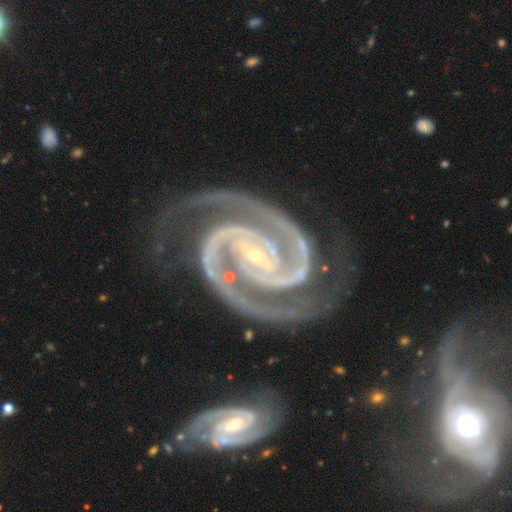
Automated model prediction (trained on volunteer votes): Morphology: type=featured or disk (95%); edge-on=no (98%); bar=strong (39%); spiral arms=yes (99%); winding=tight (61%); arm count=2 (93%); bulge=small (86%); merging=none (68%).